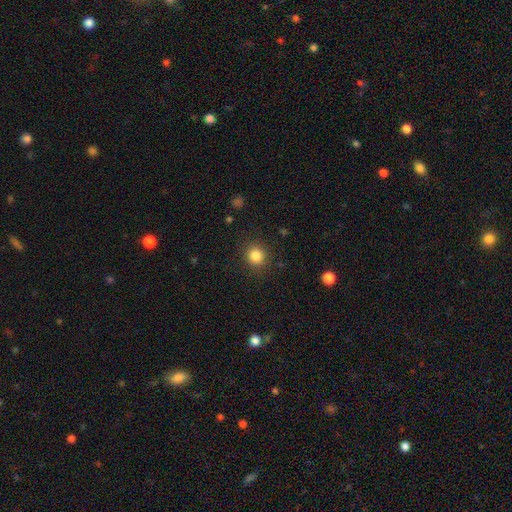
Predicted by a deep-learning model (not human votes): Overall: smooth (84%). How rounded: round (89%). Merging: none (88%).